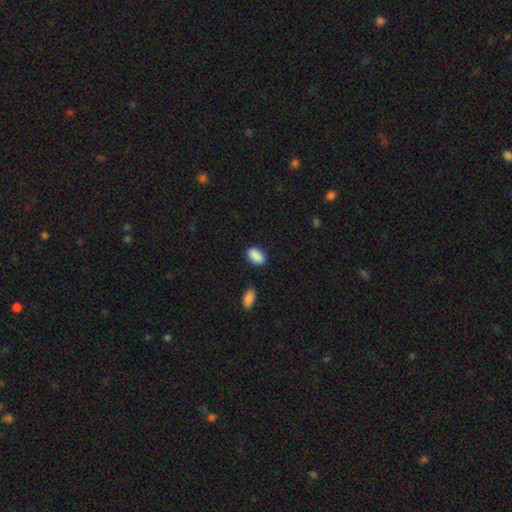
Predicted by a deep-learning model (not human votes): This is clearly a smooth galaxy (90%). How rounded: clearly in between (90%). Merging: clearly none (84%).